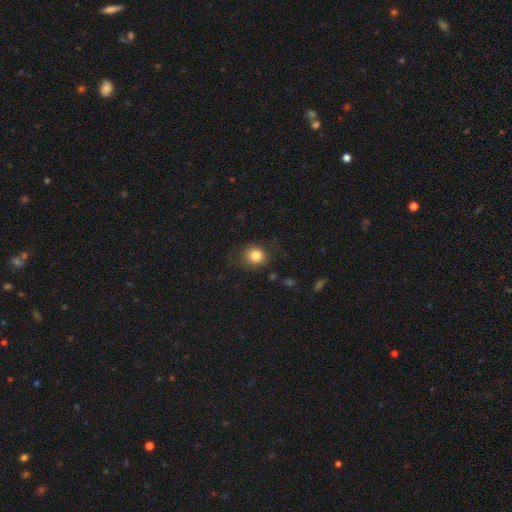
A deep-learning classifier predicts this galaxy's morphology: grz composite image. It shows a smooth galaxy with no disk features (83%) that is round (81%). Merging: none (78%).